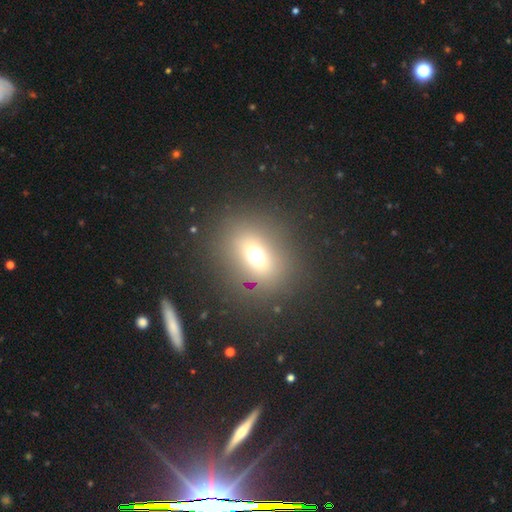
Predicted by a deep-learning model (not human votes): Smooth or featured? smooth (61%)
How rounded? round (54%)
Merging? none (80%)